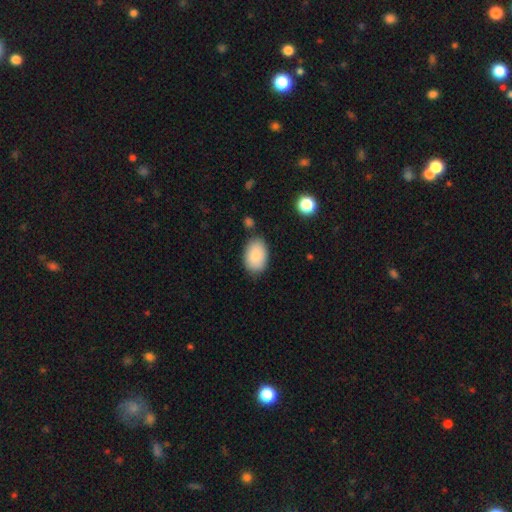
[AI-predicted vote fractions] smooth 85%, featured or disk 8%, star or artifact 7%. Down the decision tree: how rounded — in between (89%); merging — none (79%).